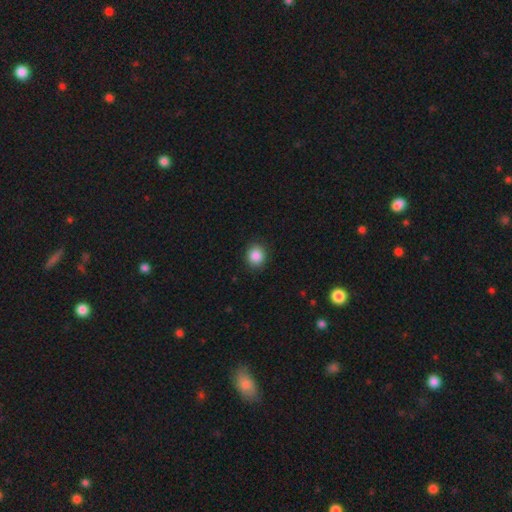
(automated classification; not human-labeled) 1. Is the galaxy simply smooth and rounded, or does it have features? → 87% smooth, 9% star or artifact, 4% featured or disk.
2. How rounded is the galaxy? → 80% round, 19% in between, 1% cigar-shaped.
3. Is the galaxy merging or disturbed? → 90% none, 7% minor disturbance, 2% major disturbance, 1% merger.